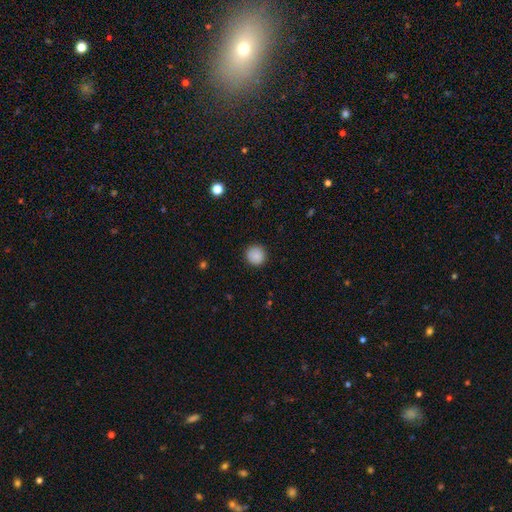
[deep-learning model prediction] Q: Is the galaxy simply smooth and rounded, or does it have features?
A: smooth — 87%.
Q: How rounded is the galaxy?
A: round — 94%.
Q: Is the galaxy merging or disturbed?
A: none — 90%.